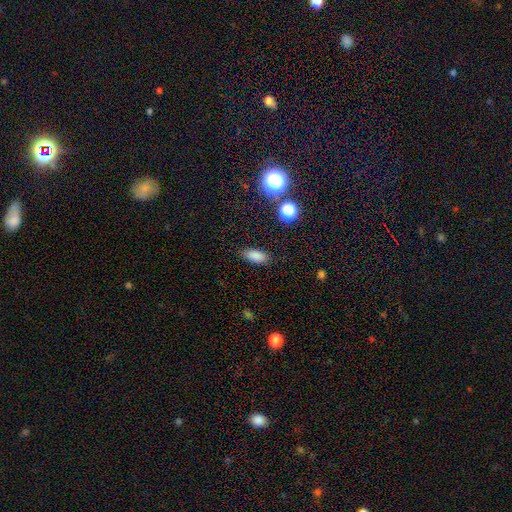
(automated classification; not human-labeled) Q: Smooth or featured?
A: smooth (82%); runner-up: star or artifact (12%)
Q: How rounded?
A: in between (85%); runner-up: cigar-shaped (10%)
Q: Merging?
A: none (85%); runner-up: minor disturbance (10%)